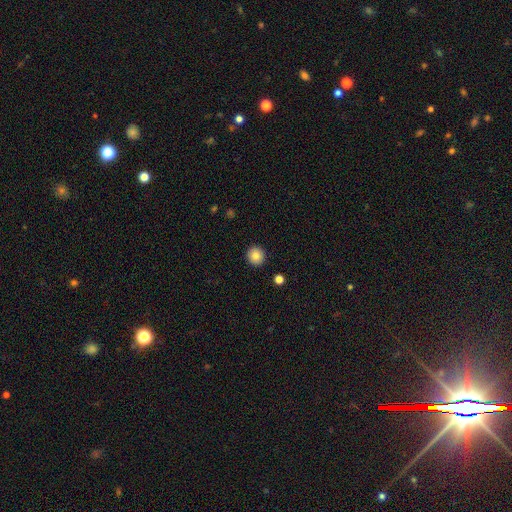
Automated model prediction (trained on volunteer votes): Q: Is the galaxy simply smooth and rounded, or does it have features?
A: smooth — 84%.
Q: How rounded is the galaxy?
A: round — 94%.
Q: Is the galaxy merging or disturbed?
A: none — 93%.